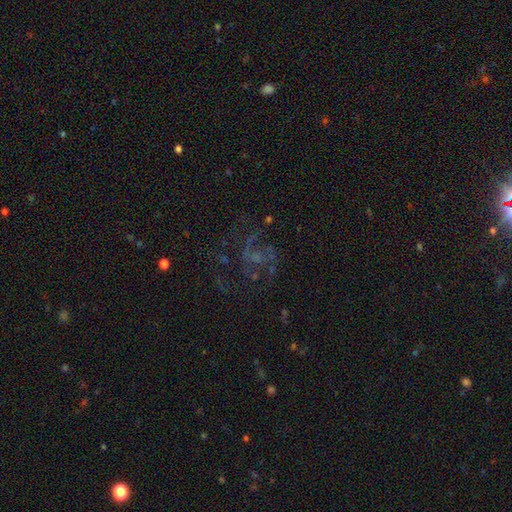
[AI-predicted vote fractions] smooth-or-featured: featured or disk: 62% | star or artifact: 24% | smooth: 15%
  disk-edge-on: no: 98% | yes: 2%
    bar: no: 73% | weak: 22% | strong: 5%
    has-spiral-arms: yes: 67% | no: 33%
    bulge-size: none: 43% | small: 38% | moderate: 16% | large: 2% | dominant: 1%
  merging: none: 52% | major disturbance: 30% | minor disturbance: 14% | merger: 3%